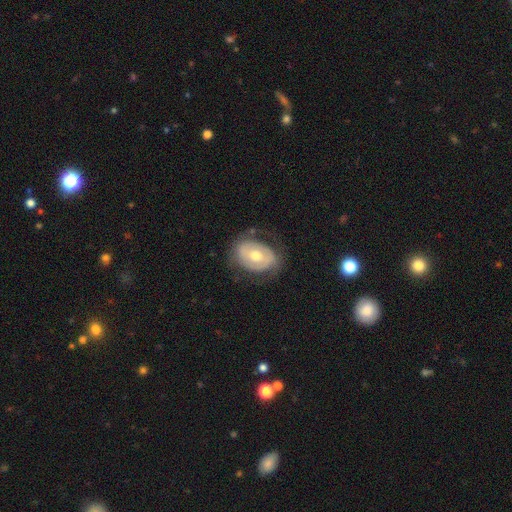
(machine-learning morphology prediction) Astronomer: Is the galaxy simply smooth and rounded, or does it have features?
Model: featured or disk — 57% (runner-up: smooth, 37%).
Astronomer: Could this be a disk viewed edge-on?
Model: no — 94%.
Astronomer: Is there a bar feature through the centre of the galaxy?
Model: no — 62%.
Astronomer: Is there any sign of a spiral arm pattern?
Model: no — 63%.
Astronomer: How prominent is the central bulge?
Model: moderate — 74%.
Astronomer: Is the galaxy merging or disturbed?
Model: none — 67%.